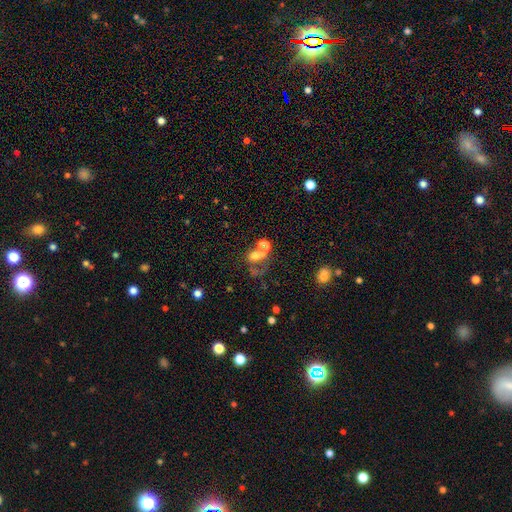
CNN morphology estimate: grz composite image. It shows a smooth galaxy with no disk features (50%). Merging: merger (39%).